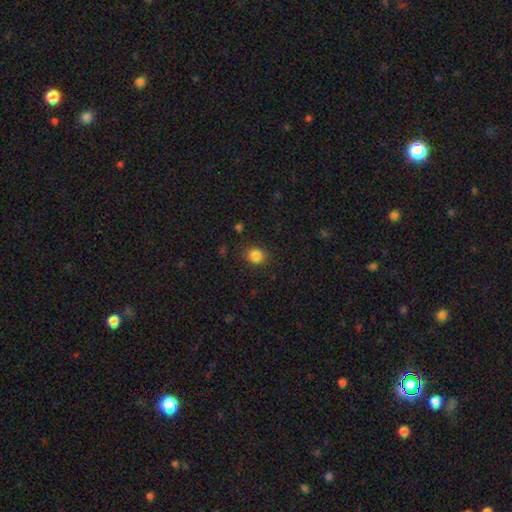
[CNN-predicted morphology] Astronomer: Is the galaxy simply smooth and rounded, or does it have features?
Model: smooth — 85%.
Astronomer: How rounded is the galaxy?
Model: round — 65%.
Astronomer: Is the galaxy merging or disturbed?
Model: none — 85%.